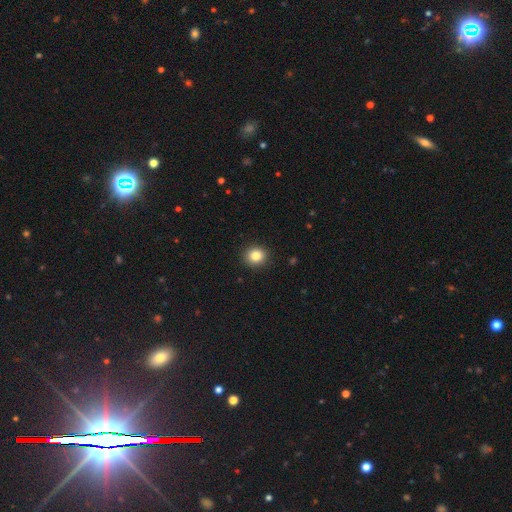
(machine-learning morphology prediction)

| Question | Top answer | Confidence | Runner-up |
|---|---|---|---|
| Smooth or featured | smooth | 84% | star or artifact (10%) |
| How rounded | round | 84% | in between (15%) |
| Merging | none | 91% | minor disturbance (6%) |